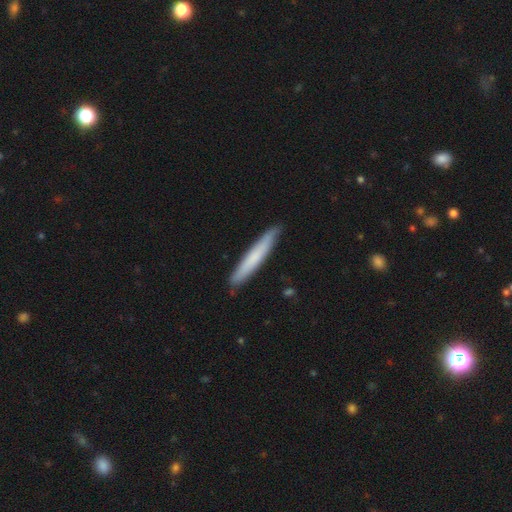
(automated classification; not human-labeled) Q: Smooth or featured?
A: smooth (70%); runner-up: featured or disk (25%)
Q: How rounded?
A: cigar-shaped (95%); runner-up: in between (4%)
Q: Merging?
A: none (88%); runner-up: minor disturbance (9%)